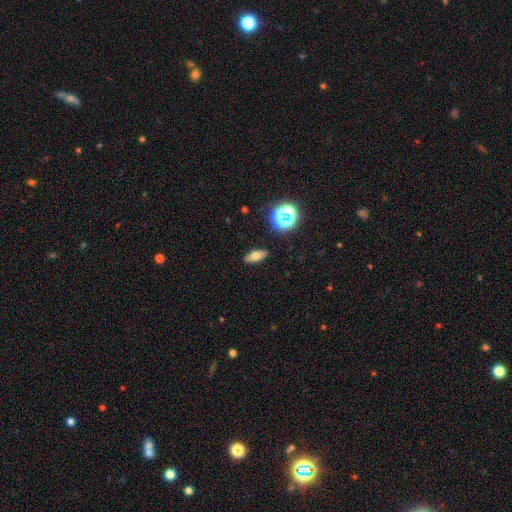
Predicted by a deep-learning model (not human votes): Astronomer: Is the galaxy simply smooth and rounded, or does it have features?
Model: smooth — 64%.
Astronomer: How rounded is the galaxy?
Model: in between — 76%.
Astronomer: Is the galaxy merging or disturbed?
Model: none — 89%.